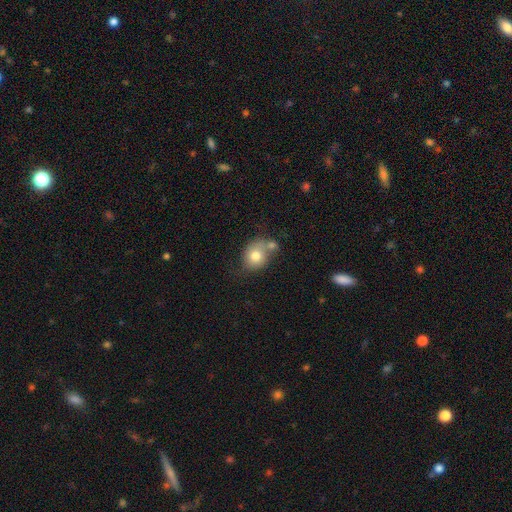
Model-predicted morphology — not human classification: Smooth or featured? Predicted: smooth (p=0.76). How rounded? Predicted: round (p=0.60). Merging? Predicted: none (p=0.39).